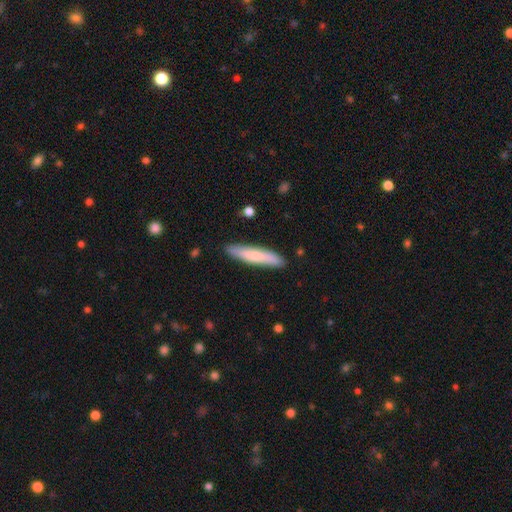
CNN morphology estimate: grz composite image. It shows a smooth galaxy with no disk features (72%) that is cigar-shaped (89%). Merging: none (88%).